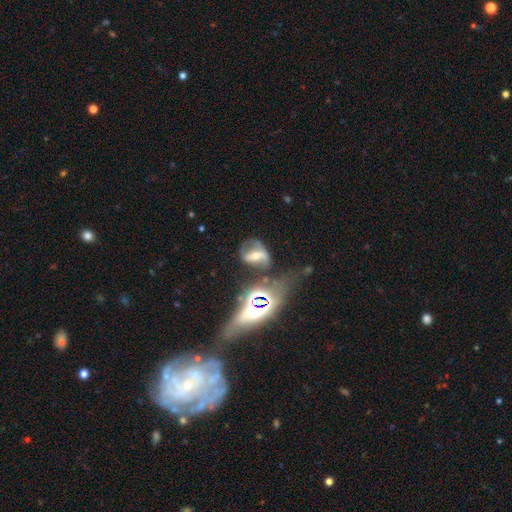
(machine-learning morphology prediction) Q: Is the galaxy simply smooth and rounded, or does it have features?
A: featured or disk — 62%.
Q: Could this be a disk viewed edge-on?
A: no — 89%.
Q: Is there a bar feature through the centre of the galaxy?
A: strong — 53%.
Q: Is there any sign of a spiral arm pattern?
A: yes — 63%.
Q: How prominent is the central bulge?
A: moderate — 54%.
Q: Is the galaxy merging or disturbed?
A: none — 48%.